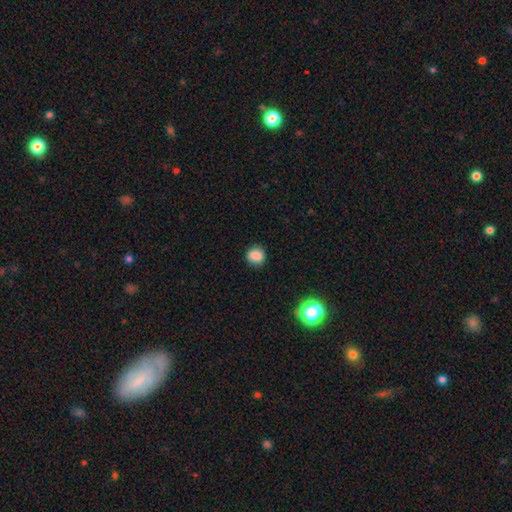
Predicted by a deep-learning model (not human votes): Morphology: type=smooth (85%); roundness=round (84%); merging=none (86%).